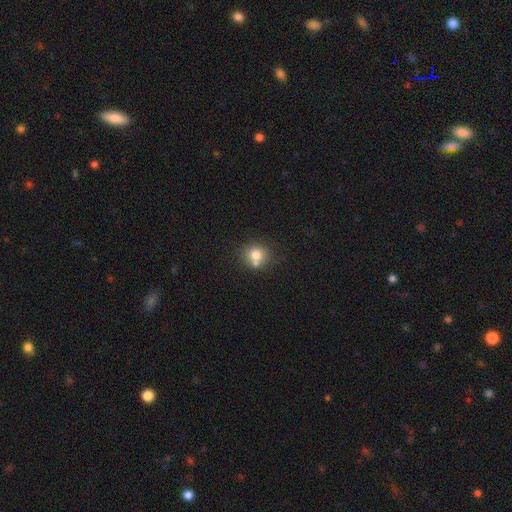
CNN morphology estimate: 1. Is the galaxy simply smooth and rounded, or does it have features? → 75% smooth, 13% featured or disk, 12% star or artifact.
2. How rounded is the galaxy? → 85% round, 15% in between, 1% cigar-shaped.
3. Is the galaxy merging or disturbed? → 57% none, 30% merger, 10% minor disturbance, 3% major disturbance.